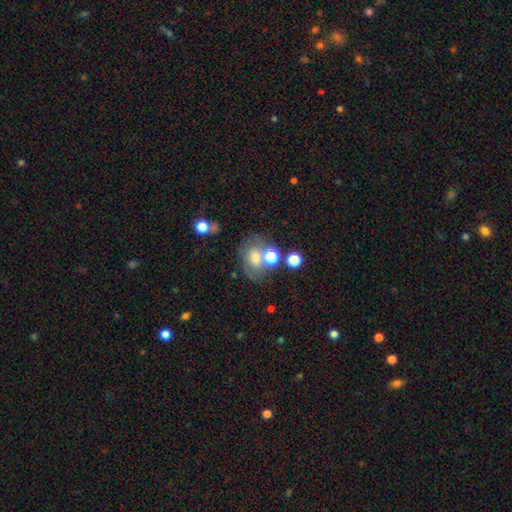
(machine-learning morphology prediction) smooth-or-featured: smooth: 45% | featured or disk: 33% | star or artifact: 22%
  merging: none: 43% | merger: 26% | minor disturbance: 18% | major disturbance: 13%